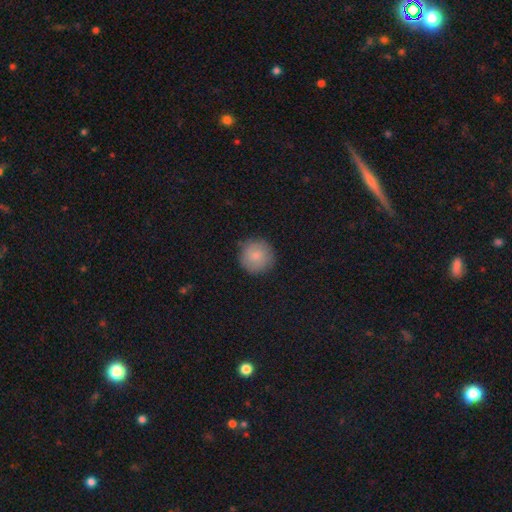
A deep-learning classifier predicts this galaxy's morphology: smooth_or_featured: smooth (p=0.83) [alt: featured or disk p=0.10]
how_rounded: round (p=0.95) [alt: in between p=0.04]
merging: none (p=0.86) [alt: minor disturbance p=0.10]